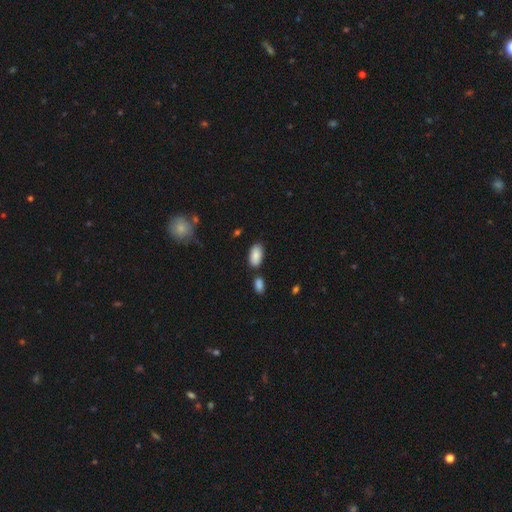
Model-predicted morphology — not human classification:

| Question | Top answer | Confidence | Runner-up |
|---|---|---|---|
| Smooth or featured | smooth | 87% | star or artifact (7%) |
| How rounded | in between | 94% | cigar-shaped (4%) |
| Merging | none | 75% | minor disturbance (12%) |